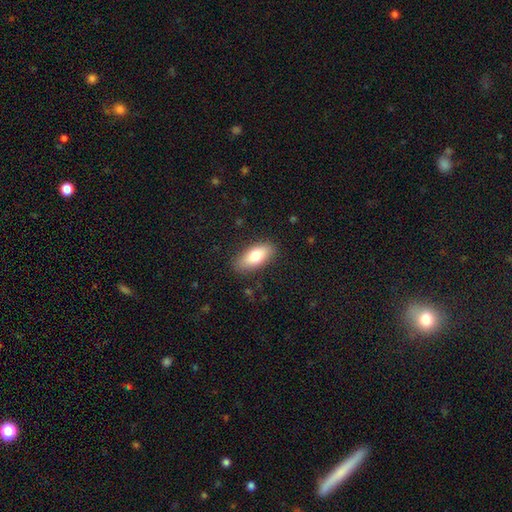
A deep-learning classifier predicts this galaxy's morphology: A smooth galaxy with no disk features (80%) that is in between round and cigar-shaped (84%).

Vote fractions:
- Smooth or featured? smooth: 80% / featured or disk: 14% / star or artifact: 6%
- How rounded? in between: 84% / cigar-shaped: 14% / round: 2%
- Merging? none: 85% / minor disturbance: 11% / major disturbance: 3% / merger: 1%